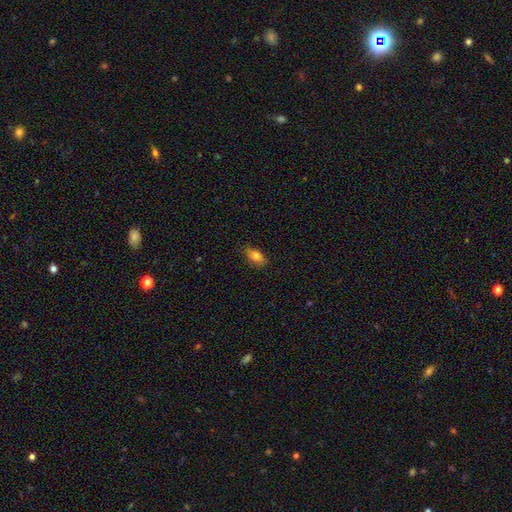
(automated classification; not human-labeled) A smooth galaxy with no disk features (76%) that is in between round and cigar-shaped (85%). Merging: none (82%).